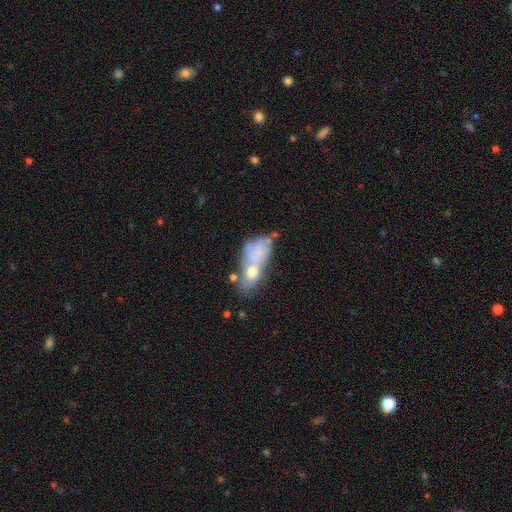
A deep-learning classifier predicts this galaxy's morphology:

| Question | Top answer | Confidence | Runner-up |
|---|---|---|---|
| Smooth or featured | smooth | 49% | featured or disk (40%) |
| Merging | merger | 44% | none (24%) |